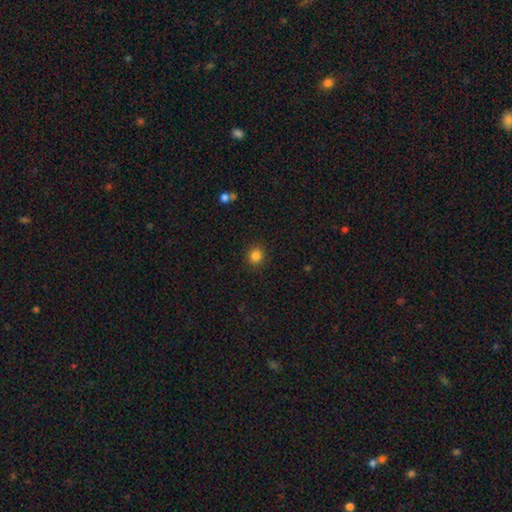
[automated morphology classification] smooth_or_featured: smooth (p=0.84) [alt: star or artifact p=0.12]
how_rounded: round (p=0.89) [alt: in between p=0.10]
merging: none (p=0.91) [alt: minor disturbance p=0.06]